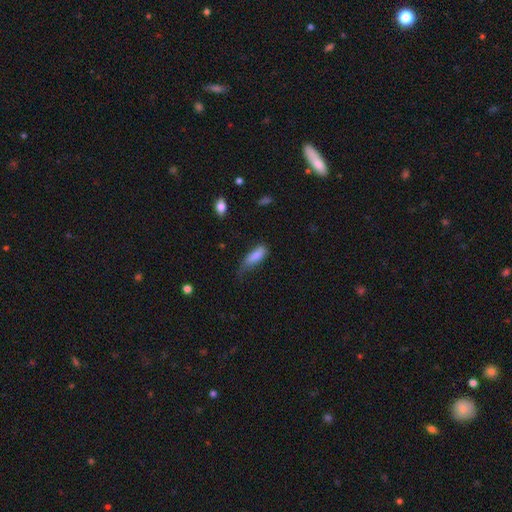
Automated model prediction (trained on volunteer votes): smooth_or_featured: smooth (p=0.82) [alt: featured or disk p=0.11]
how_rounded: in between (p=0.67) [alt: cigar-shaped p=0.30]
merging: minor disturbance (p=0.42) [alt: none p=0.30]